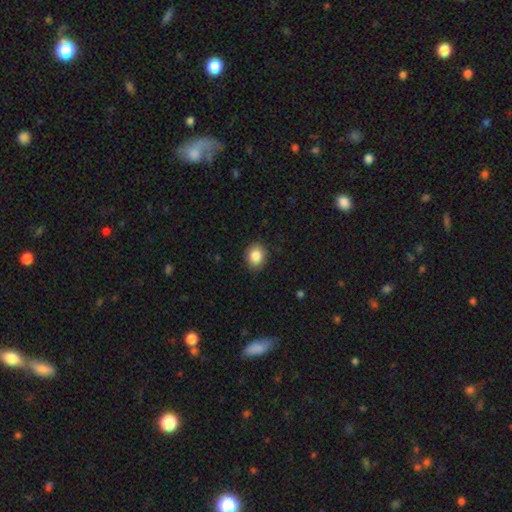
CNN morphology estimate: This is clearly a smooth galaxy (86%). How rounded: possibly round (58%). Merging: clearly none (89%).